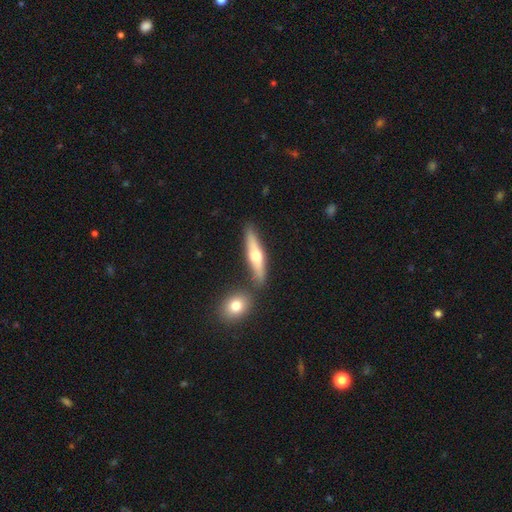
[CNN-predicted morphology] A featured or disk galaxy (52%) viewed edge-on (92%). Merging: none (77%).